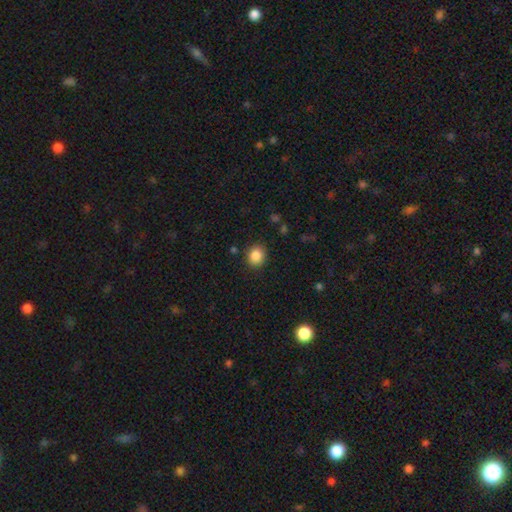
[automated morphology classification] type=smooth (86%); roundness=round (73%); merging=none (88%).